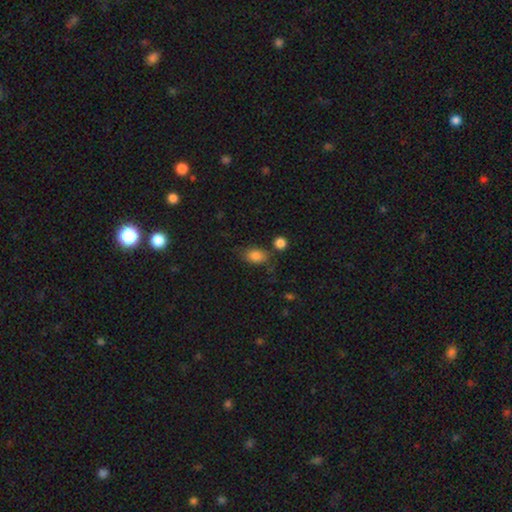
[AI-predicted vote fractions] smooth-or-featured: smooth: 83% | star or artifact: 10% | featured or disk: 8%
  how-rounded: in between: 76% | round: 22% | cigar-shaped: 2%
  merging: none: 62% | minor disturbance: 21% | major disturbance: 9% | merger: 8%